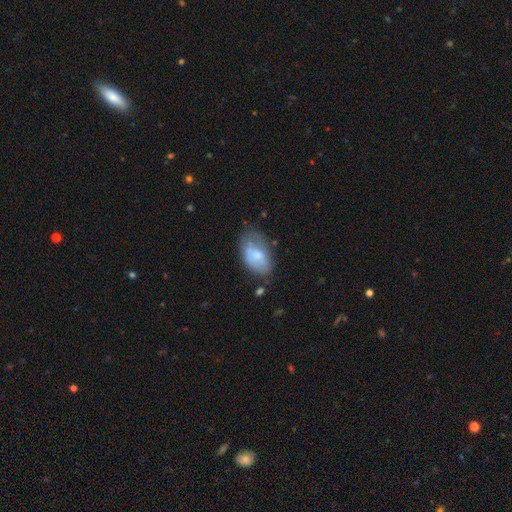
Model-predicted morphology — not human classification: This is likely a smooth galaxy (71%). How rounded: clearly in between (92%). Merging: possibly none (50%).